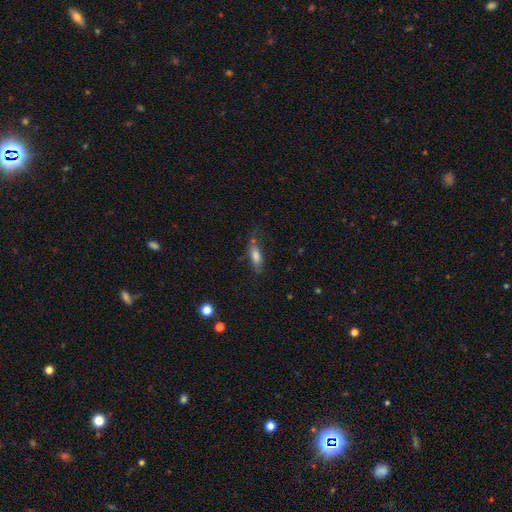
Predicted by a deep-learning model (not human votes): This is likely a smooth galaxy (70%). How rounded: likely in between (65%). Merging: possibly none (52%).